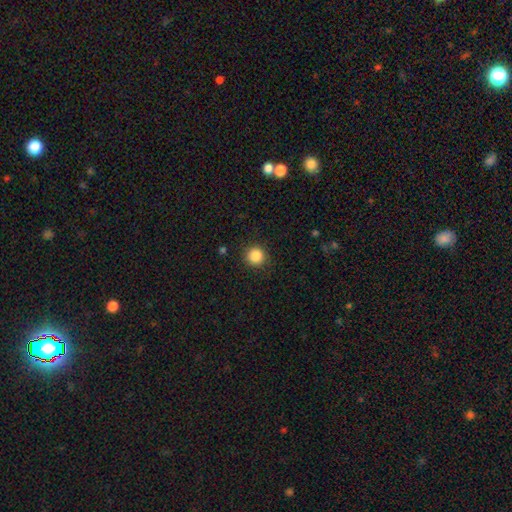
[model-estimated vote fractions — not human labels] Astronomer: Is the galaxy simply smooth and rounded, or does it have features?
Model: smooth — 86%.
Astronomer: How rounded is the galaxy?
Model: round — 94%.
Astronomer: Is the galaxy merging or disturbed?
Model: none — 89%.